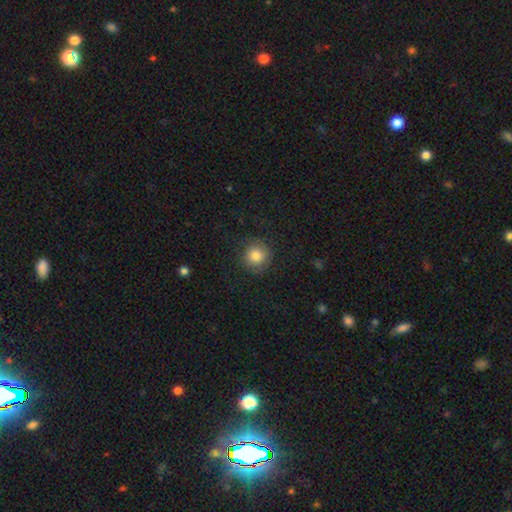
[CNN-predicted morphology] Smooth or featured? Predicted: smooth (p=0.82). How rounded? Predicted: round (p=0.92). Merging? Predicted: none (p=0.83).